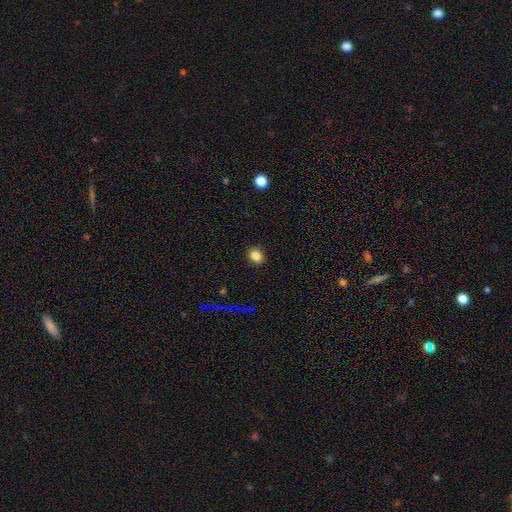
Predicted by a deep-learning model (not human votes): This appears to be a smooth galaxy with no disk features (85%) that is round (57%). Merging: none (90%).